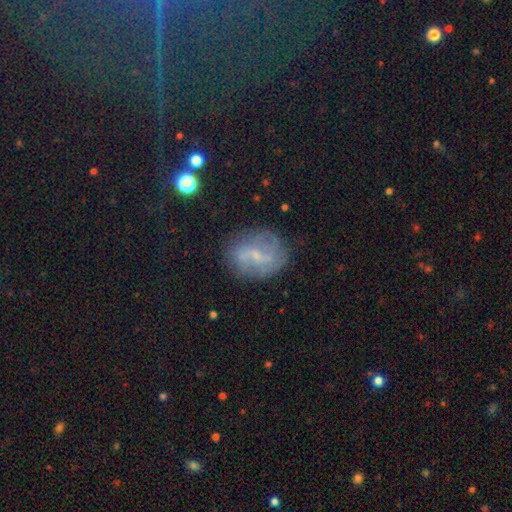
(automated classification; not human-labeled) Q: Smooth or featured?
A: featured or disk (56%); runner-up: smooth (32%)
Q: Edge-on disk?
A: no (95%); runner-up: yes (5%)
Q: Bar?
A: weak (49%); runner-up: no (30%)
Q: Spiral arms?
A: yes (65%); runner-up: no (35%)
Q: Bulge size?
A: small (66%); runner-up: moderate (17%)
Q: Merging?
A: none (68%); runner-up: minor disturbance (19%)